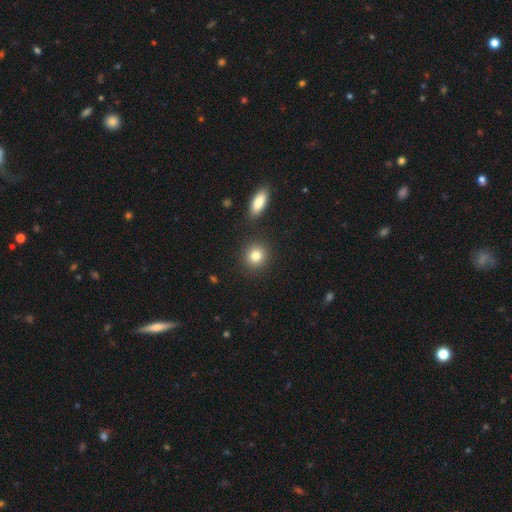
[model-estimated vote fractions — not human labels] This appears to be a smooth galaxy with no disk features (82%) that is round (86%). Merging: none (87%).